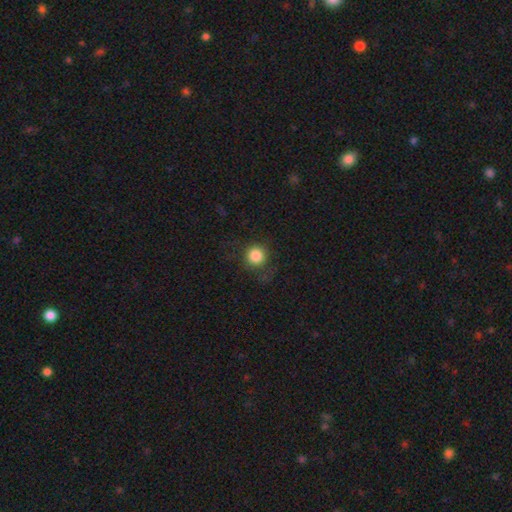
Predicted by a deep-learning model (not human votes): smooth 85%, star or artifact 10%, featured or disk 6%. Down the decision tree: how rounded — round (93%); merging — none (78%).